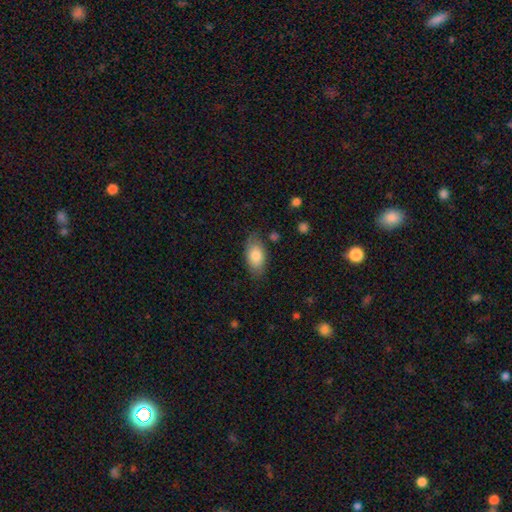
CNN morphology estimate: Smooth or featured: smooth — 81% (featured or disk — 12%)
How rounded: in between — 92% (round — 5%)
Merging: none — 76% (minor disturbance — 18%)